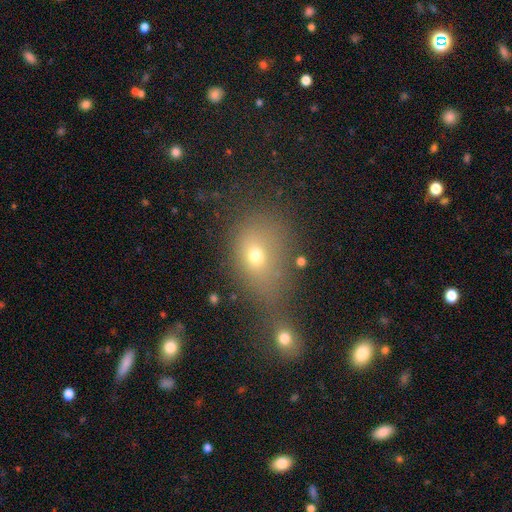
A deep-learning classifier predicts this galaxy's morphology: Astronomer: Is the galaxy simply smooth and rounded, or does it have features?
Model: smooth — 66%.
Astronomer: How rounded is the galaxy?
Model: in between — 53% (runner-up: round, 45%).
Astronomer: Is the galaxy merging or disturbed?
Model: merger — 39% (runner-up: none, 38%).